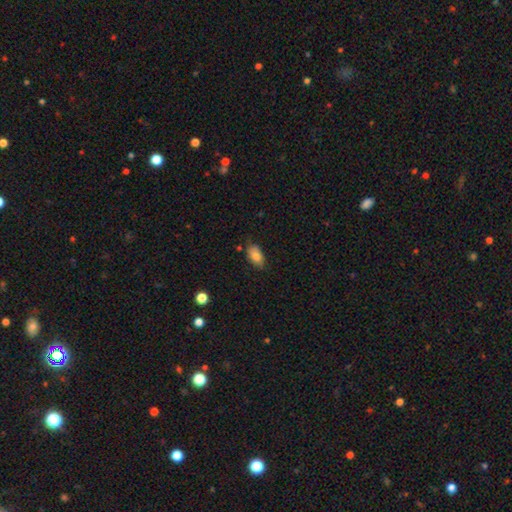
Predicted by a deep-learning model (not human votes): The model was most divided on "merging": none: 76%, minor disturbance: 19%, major disturbance: 3%, merger: 2%. More confident: how rounded — in between (91%); smooth or featured — smooth (83%).